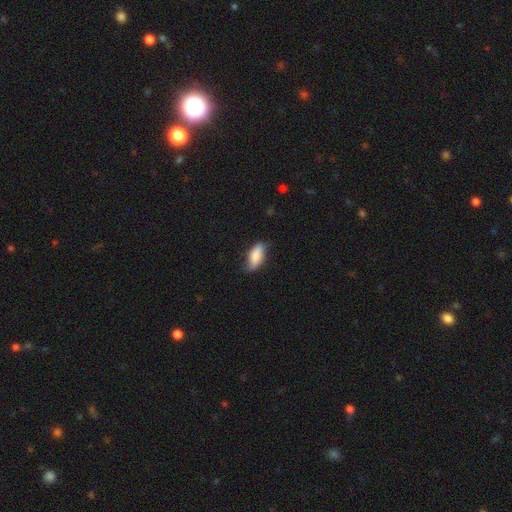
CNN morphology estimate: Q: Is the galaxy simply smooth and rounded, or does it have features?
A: smooth — 81%.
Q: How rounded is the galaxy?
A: in between — 79%.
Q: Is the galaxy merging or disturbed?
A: none — 72%.